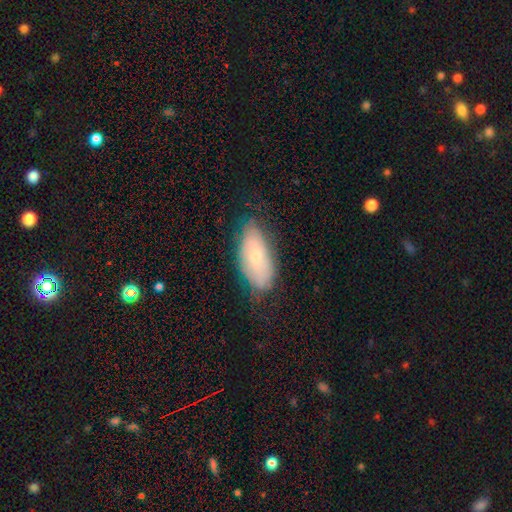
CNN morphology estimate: smooth-or-featured: smooth: 59% | featured or disk: 34% | star or artifact: 7%
  how-rounded: in between: 90% | cigar-shaped: 7% | round: 3%
  merging: none: 71% | minor disturbance: 22% | major disturbance: 5% | merger: 1%